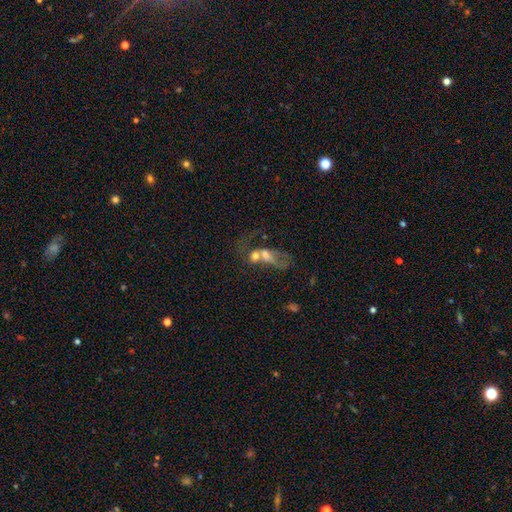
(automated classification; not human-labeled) Smooth or featured? Predicted: featured or disk (p=0.47). Merging? Predicted: merger (p=0.42).